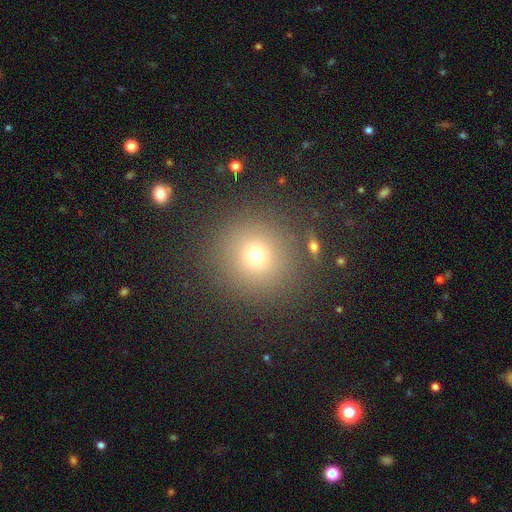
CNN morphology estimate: The model was most divided on "smooth or featured": smooth: 71%, star or artifact: 20%, featured or disk: 9%. More confident: how rounded — round (94%); merging — none (88%).